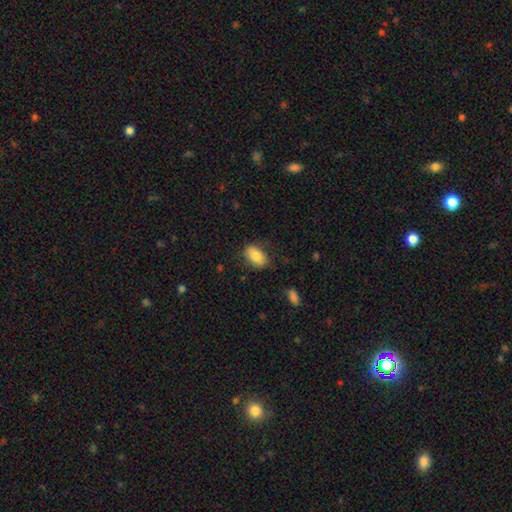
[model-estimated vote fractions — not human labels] Q: Smooth or featured?
A: smooth (82%); runner-up: featured or disk (10%)
Q: How rounded?
A: in between (89%); runner-up: round (8%)
Q: Merging?
A: none (76%); runner-up: minor disturbance (18%)